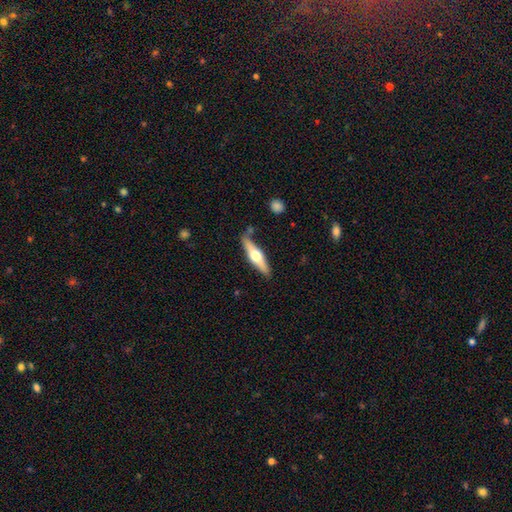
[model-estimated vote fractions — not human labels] Morphology: type=featured or disk (59%); edge-on=yes (93%); edge-on bulge=rounded (95%); merging=none (78%).